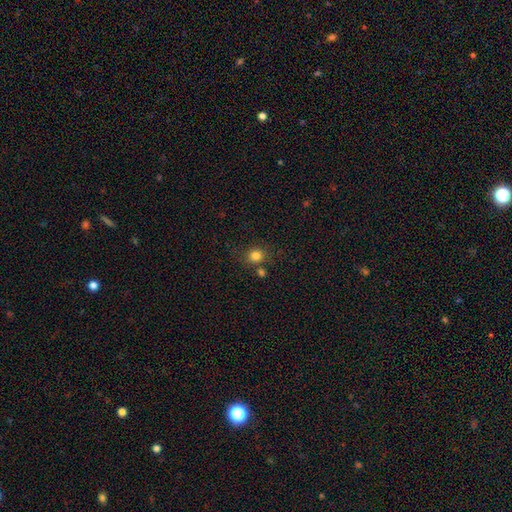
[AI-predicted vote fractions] Smooth or featured? smooth (81%)
How rounded? round (80%)
Merging? none (72%)